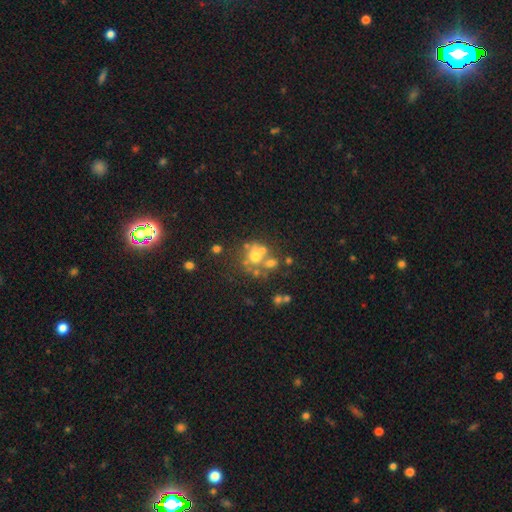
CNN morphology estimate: Smooth or featured? Predicted: smooth (p=0.49). Merging? Predicted: none (p=0.44).